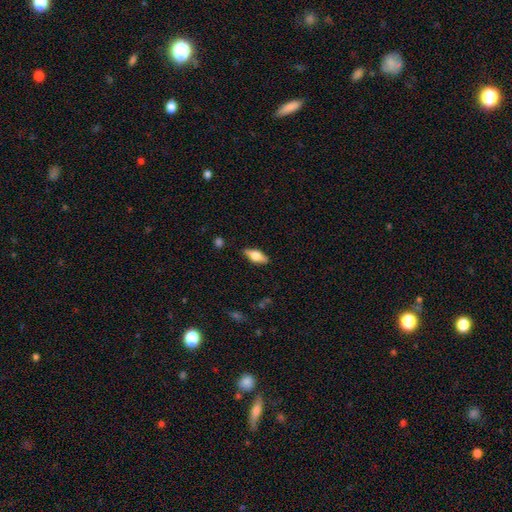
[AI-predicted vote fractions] This is likely a smooth galaxy (61%). How rounded: likely in between (75%). Merging: clearly none (86%).